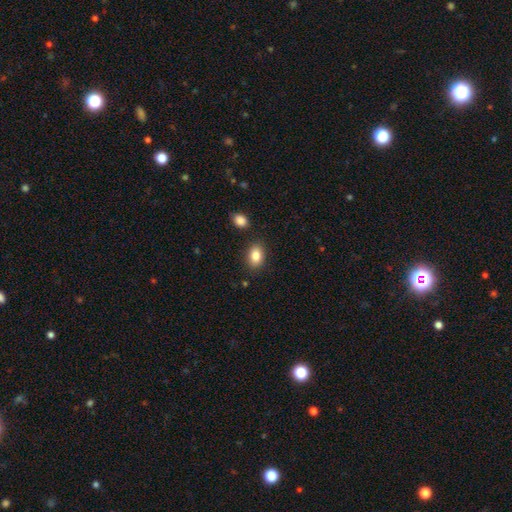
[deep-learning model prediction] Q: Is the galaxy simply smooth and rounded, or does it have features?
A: smooth — 85%.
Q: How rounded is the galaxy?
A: in between — 85%.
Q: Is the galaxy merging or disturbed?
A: none — 84%.